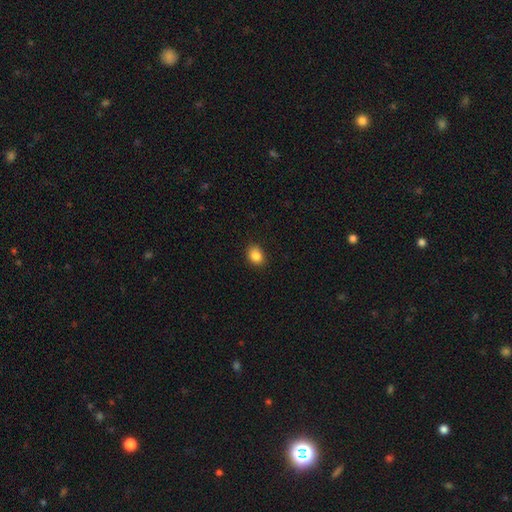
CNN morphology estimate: Overall: smooth (86%). How rounded: in between (55%; round 44%). Merging: none (88%).